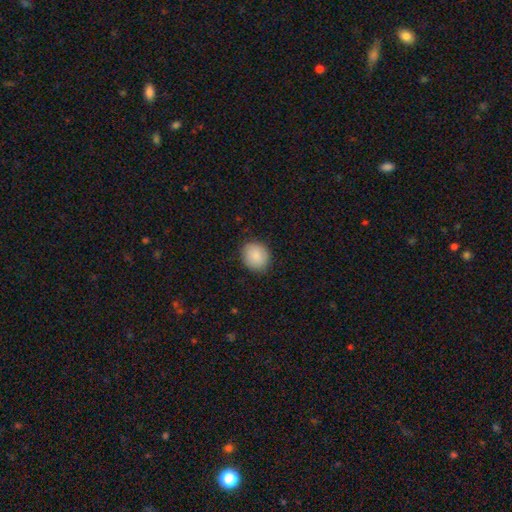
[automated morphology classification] Smooth or featured? Predicted: smooth (p=0.88). How rounded? Predicted: round (p=0.68). Merging? Predicted: none (p=0.87).